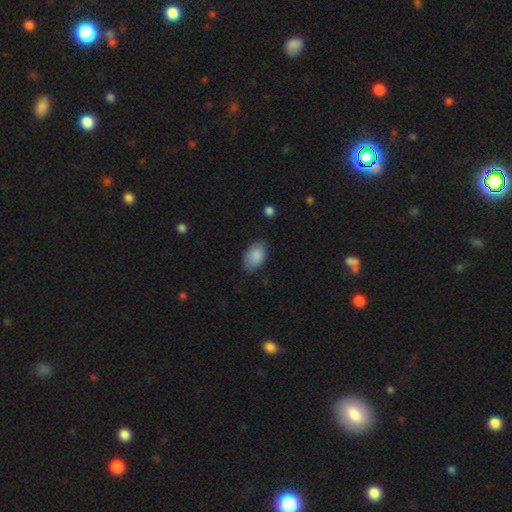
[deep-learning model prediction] Q: Smooth or featured?
A: smooth (87%); runner-up: star or artifact (7%)
Q: How rounded?
A: in between (91%); runner-up: round (8%)
Q: Merging?
A: none (76%); runner-up: minor disturbance (19%)